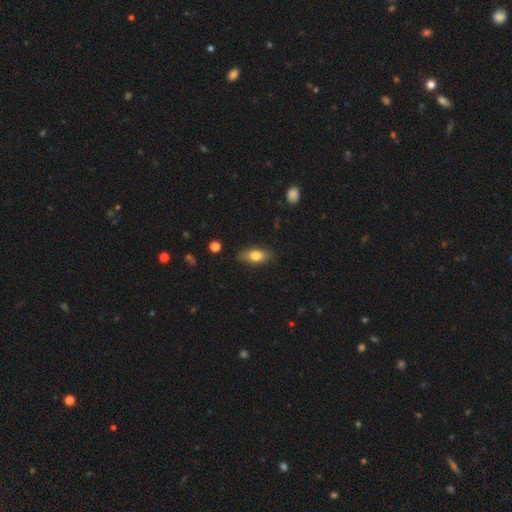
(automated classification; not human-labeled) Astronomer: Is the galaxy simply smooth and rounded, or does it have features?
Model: smooth — 76%.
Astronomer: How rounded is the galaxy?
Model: in between — 83%.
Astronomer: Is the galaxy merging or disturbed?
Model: none — 82%.